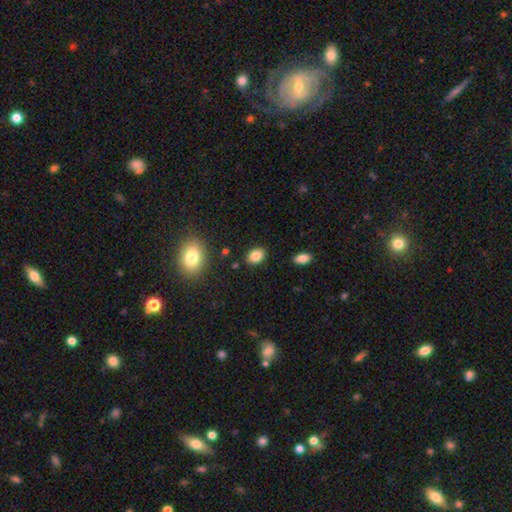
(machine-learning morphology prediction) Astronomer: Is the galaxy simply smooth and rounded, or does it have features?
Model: smooth — 86%.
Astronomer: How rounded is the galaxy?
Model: in between — 75%.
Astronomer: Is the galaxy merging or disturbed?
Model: none — 86%.